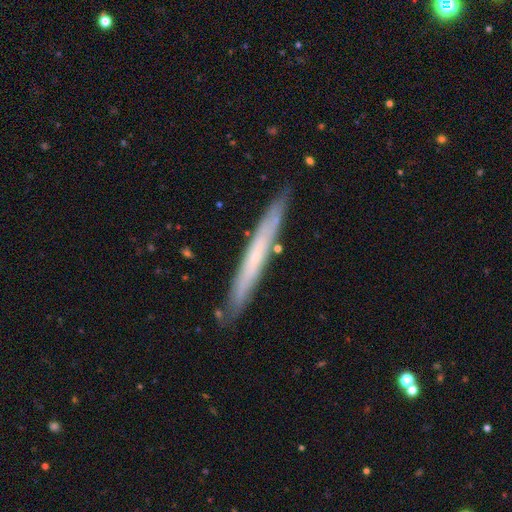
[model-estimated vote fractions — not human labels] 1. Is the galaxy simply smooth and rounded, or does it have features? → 54% featured or disk, 40% smooth, 6% star or artifact.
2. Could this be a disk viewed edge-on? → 90% yes, 10% no.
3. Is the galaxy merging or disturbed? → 86% none, 10% minor disturbance, 2% merger, 2% major disturbance.